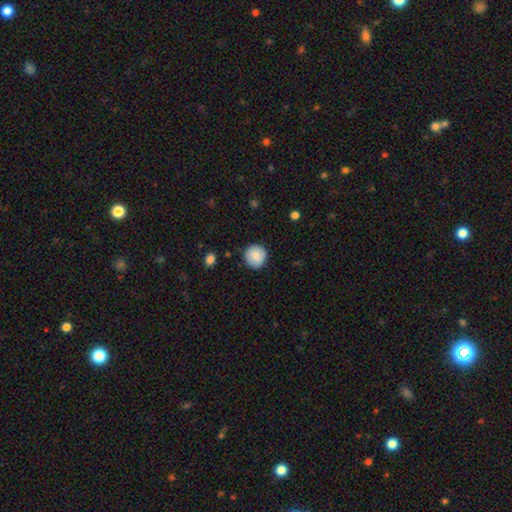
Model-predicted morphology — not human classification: The model was most divided on "smooth or featured": smooth: 81%, featured or disk: 12%, star or artifact: 7%. More confident: how rounded — round (94%); merging — none (86%).